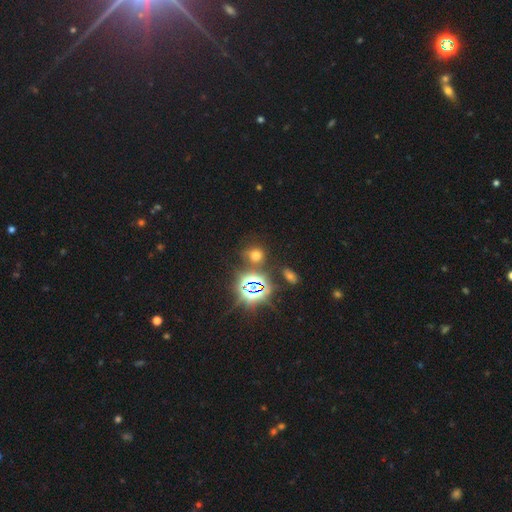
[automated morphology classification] Smooth or featured? smooth (49%)
Merging? none (74%)